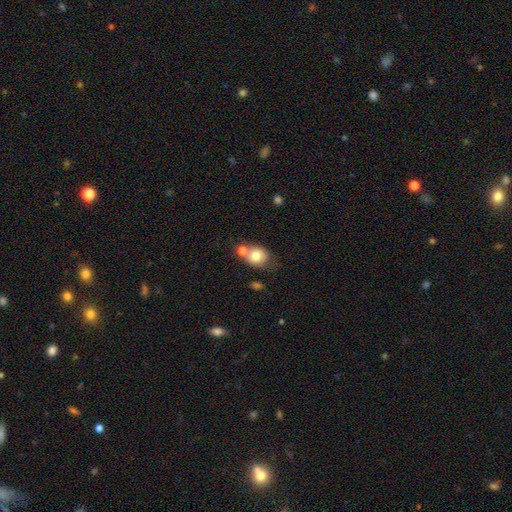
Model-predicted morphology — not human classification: smooth-or-featured: smooth: 76% | featured or disk: 15% | star or artifact: 9%
  how-rounded: round: 54% | in between: 45% | cigar-shaped: 1%
  merging: none: 42% | merger: 39% | minor disturbance: 13% | major disturbance: 5%